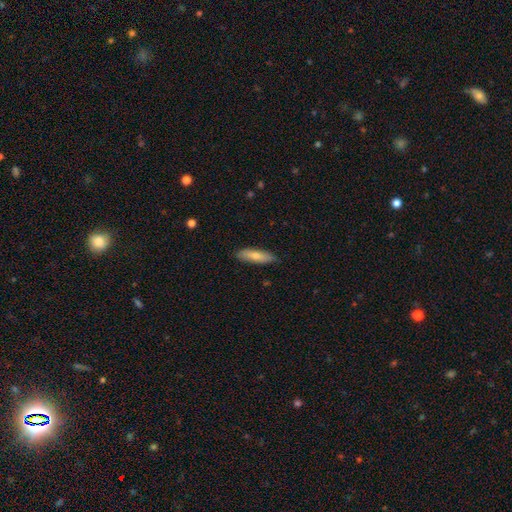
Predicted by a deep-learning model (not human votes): Smooth or featured? smooth (72%)
How rounded? cigar-shaped (63%)
Merging? none (85%)